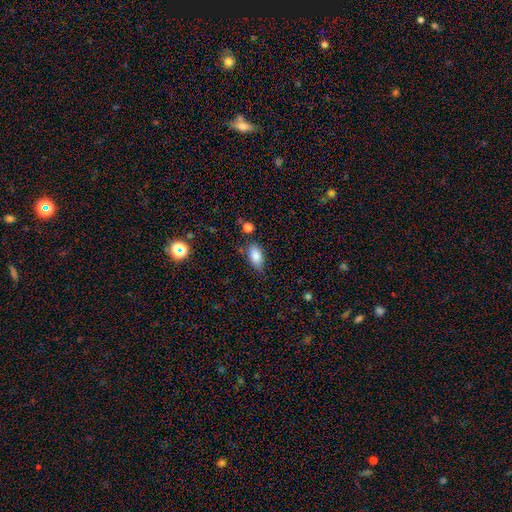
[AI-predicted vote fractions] The model was most divided on "merging": none: 71%, minor disturbance: 20%, merger: 5%, major disturbance: 4%. More confident: how rounded — in between (90%); smooth or featured — smooth (84%).